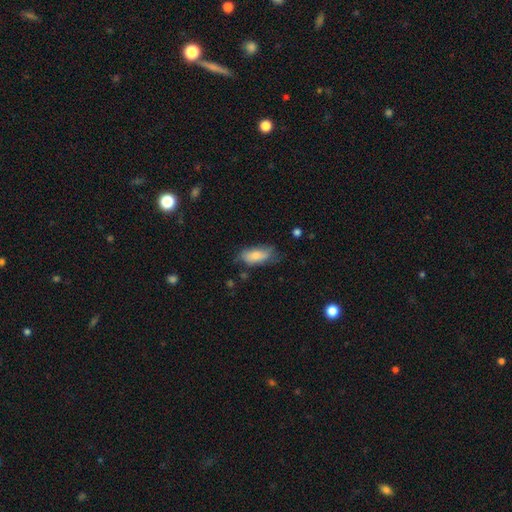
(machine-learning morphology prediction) This is likely a smooth galaxy (79%). How rounded: clearly in between (83%). Merging: possibly none (55%).